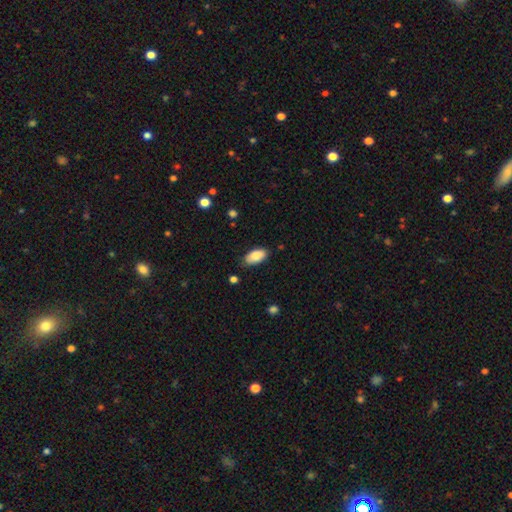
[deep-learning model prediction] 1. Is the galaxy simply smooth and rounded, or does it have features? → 87% smooth, 6% featured or disk, 6% star or artifact.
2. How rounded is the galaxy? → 94% in between, 3% cigar-shaped, 2% round.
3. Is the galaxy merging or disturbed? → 81% none, 15% minor disturbance, 3% major disturbance, 1% merger.